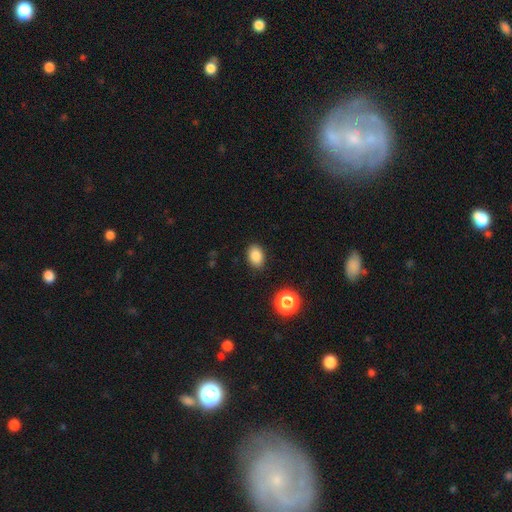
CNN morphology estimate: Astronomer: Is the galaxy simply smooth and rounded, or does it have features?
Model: smooth — 86%.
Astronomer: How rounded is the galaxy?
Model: in between — 79%.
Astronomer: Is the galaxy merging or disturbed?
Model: none — 87%.